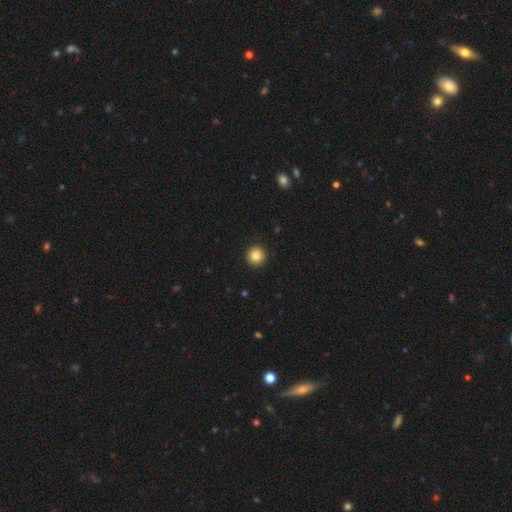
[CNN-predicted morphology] Smooth or featured? Predicted: smooth (p=0.85). How rounded? Predicted: round (p=0.95). Merging? Predicted: none (p=0.93).